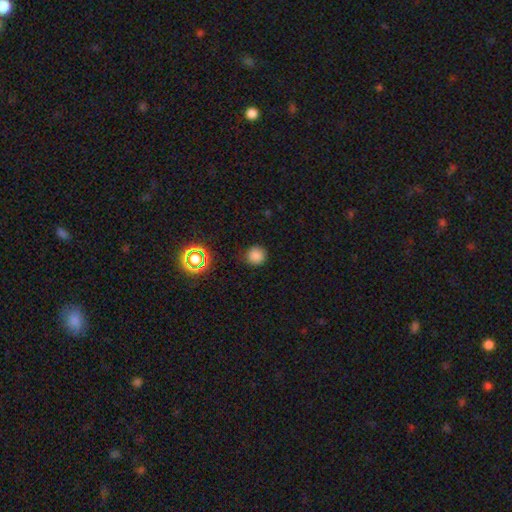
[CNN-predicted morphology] This appears to be a smooth galaxy with no disk features (80%) that is round (93%). Merging: none (88%).